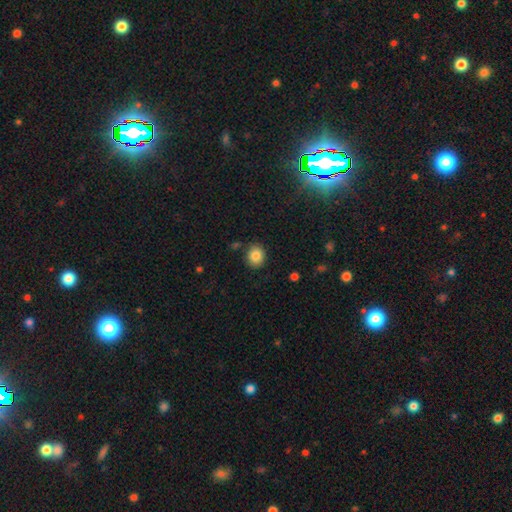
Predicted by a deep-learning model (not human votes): smooth-or-featured: smooth: 85% | star or artifact: 9% | featured or disk: 6%
  how-rounded: round: 68% | in between: 31% | cigar-shaped: 1%
  merging: none: 84% | minor disturbance: 10% | merger: 3% | major disturbance: 3%